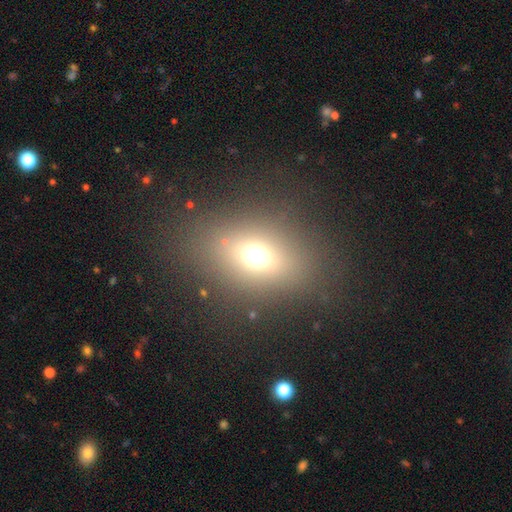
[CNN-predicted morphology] This is likely a smooth galaxy (65%). How rounded: possibly in between (59%). Merging: clearly none (81%).